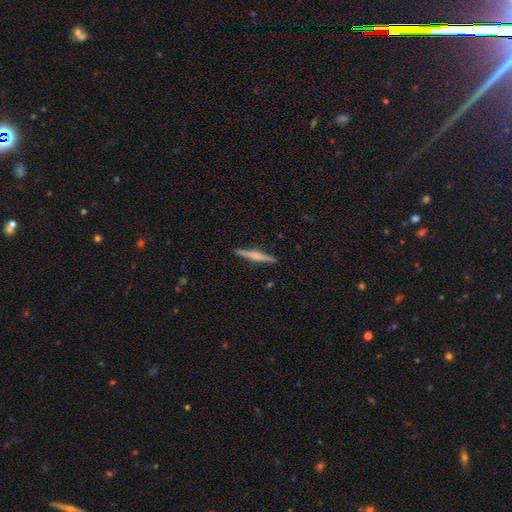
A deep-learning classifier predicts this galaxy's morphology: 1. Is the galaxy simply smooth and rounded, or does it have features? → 63% featured or disk, 31% smooth, 6% star or artifact.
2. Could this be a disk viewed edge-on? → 98% yes, 2% no.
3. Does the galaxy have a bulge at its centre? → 71% rounded, 15% none, 14% boxy.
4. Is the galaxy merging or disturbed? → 92% none, 6% minor disturbance, 1% major disturbance, 1% merger.